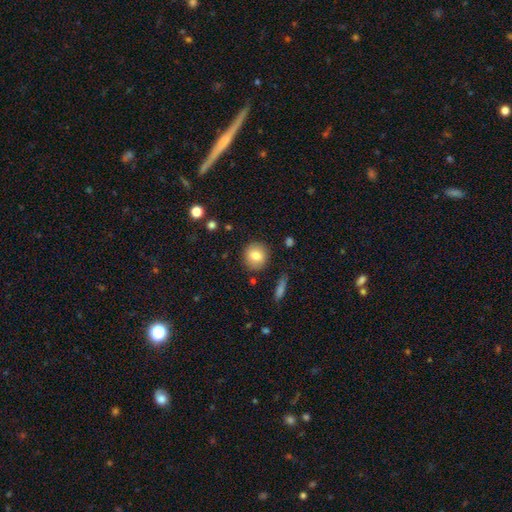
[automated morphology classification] Smooth or featured? smooth (80%)
How rounded? round (89%)
Merging? none (87%)